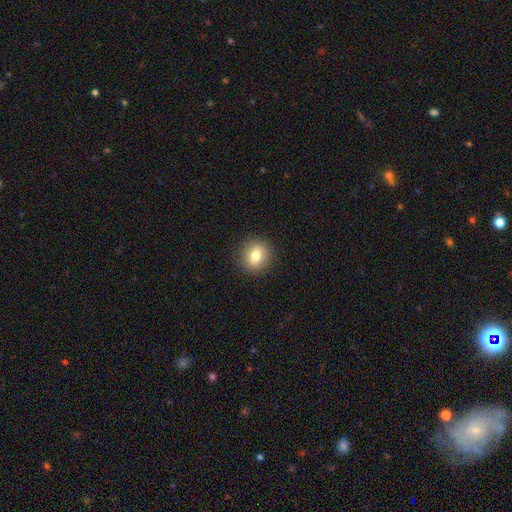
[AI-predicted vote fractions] A smooth galaxy with no disk features (76%) that is round (79%). Merging: none (90%).